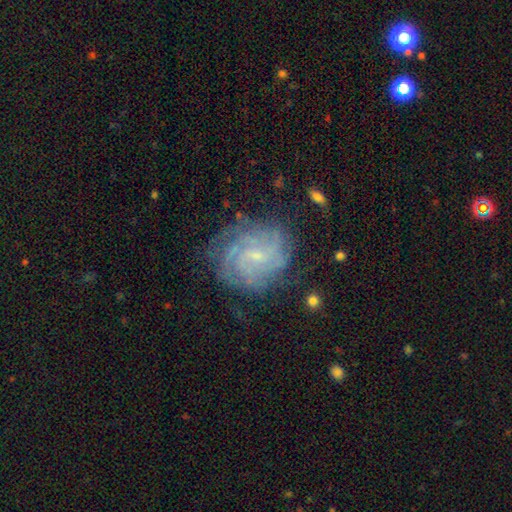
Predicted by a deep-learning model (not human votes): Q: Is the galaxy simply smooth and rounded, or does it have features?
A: featured or disk — 80%.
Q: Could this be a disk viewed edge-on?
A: no — 97%.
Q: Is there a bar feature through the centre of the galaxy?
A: weak — 51%.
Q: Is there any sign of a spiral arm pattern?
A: yes — 94%.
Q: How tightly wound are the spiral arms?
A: tight — 63%.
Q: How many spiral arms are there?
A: can't tell — 40%.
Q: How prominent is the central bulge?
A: small — 73%.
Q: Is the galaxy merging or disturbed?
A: none — 74%.